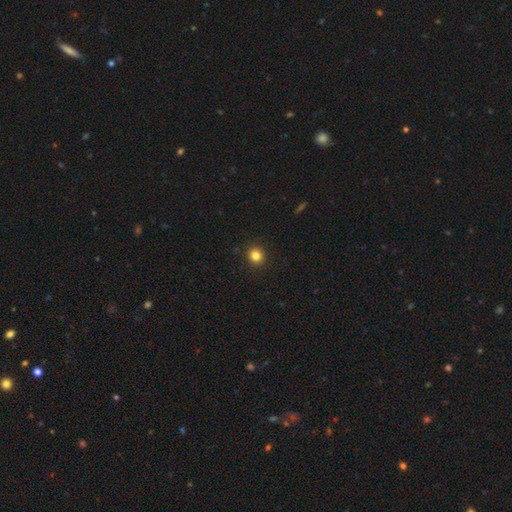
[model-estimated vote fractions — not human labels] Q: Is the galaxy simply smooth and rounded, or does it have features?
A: smooth — 83%.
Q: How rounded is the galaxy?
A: round — 90%.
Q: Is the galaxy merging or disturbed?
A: none — 92%.